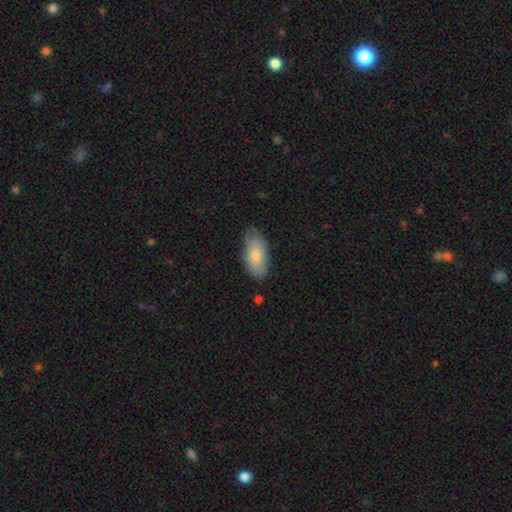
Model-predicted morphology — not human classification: type=smooth (76%); roundness=in between (93%); merging=none (66%).